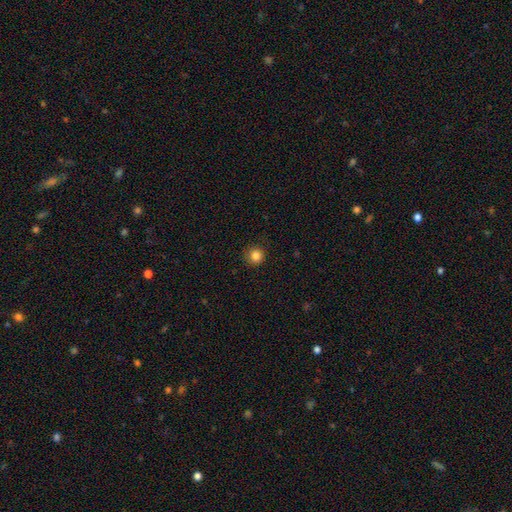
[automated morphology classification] Q: Smooth or featured?
A: smooth (84%); runner-up: star or artifact (12%)
Q: How rounded?
A: round (94%); runner-up: in between (5%)
Q: Merging?
A: none (89%); runner-up: minor disturbance (8%)